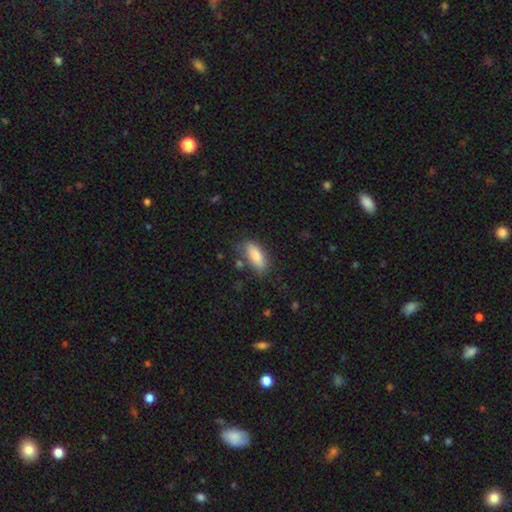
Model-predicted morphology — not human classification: smooth 84%, featured or disk 10%, star or artifact 7%. Down the decision tree: how rounded — in between (77%); merging — none (70%).